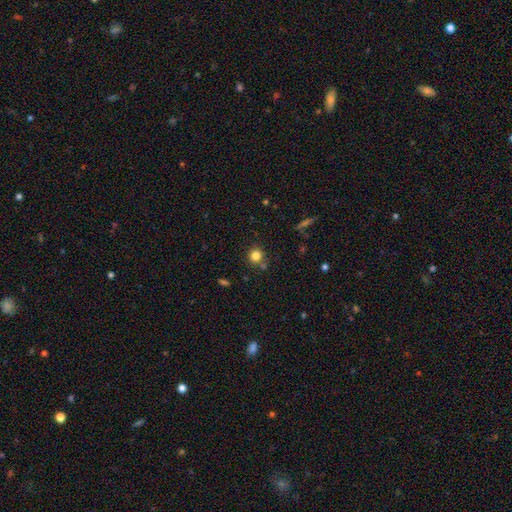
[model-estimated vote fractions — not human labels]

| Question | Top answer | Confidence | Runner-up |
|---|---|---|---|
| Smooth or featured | smooth | 81% | star or artifact (13%) |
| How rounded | round | 91% | in between (8%) |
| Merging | none | 77% | minor disturbance (10%) |